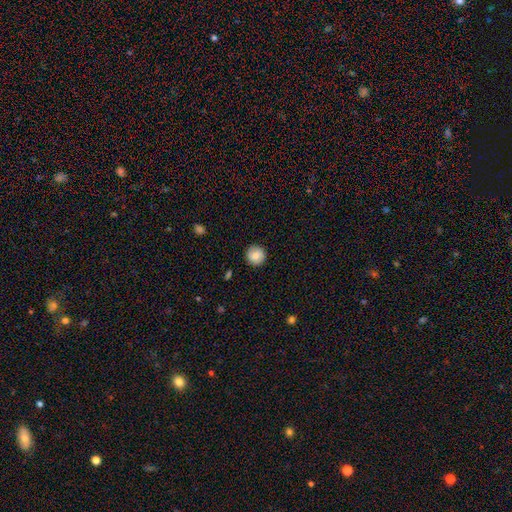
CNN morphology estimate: type=smooth (80%); roundness=round (94%); merging=none (90%).